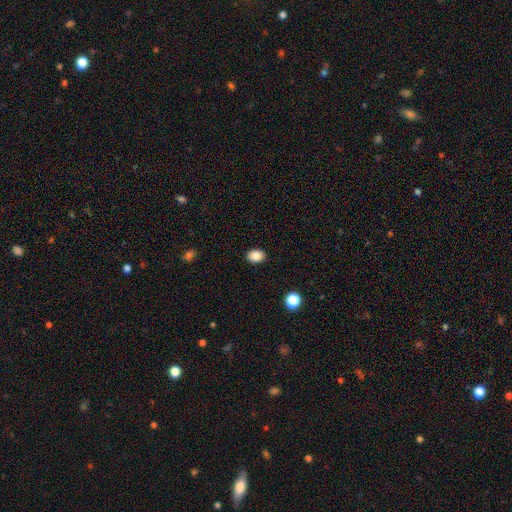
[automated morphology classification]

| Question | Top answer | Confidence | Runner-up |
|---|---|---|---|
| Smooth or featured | smooth | 87% | star or artifact (9%) |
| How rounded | in between | 64% | round (35%) |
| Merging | none | 89% | minor disturbance (8%) |